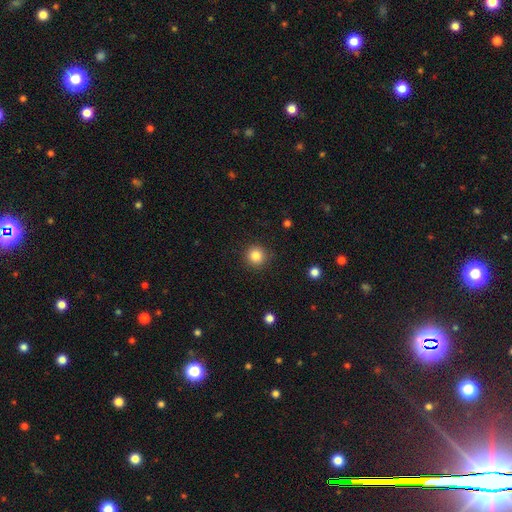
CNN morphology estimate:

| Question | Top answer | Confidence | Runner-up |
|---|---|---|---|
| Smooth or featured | smooth | 84% | star or artifact (11%) |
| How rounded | round | 95% | in between (4%) |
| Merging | none | 91% | minor disturbance (6%) |